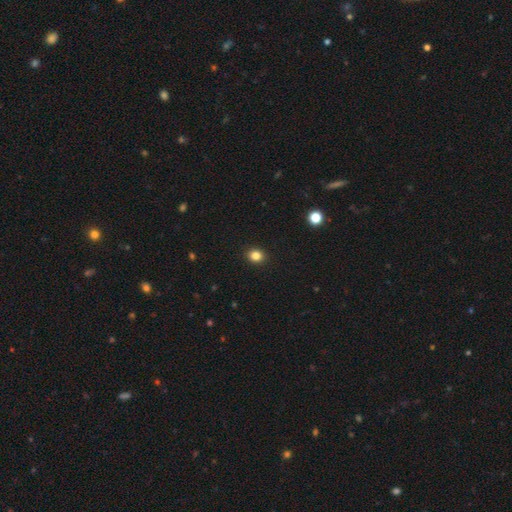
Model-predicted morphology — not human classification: Smooth or featured? smooth (83%)
How rounded? round (72%)
Merging? none (92%)